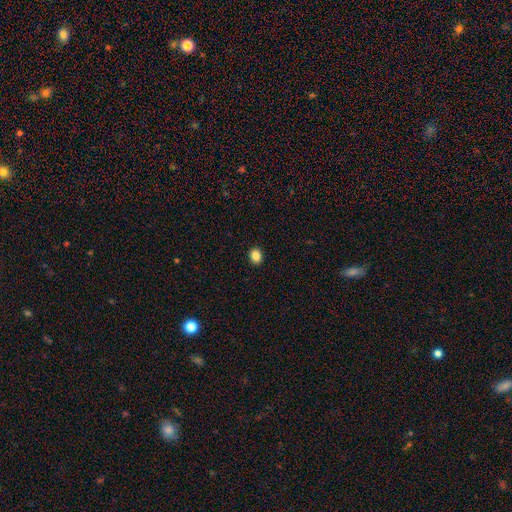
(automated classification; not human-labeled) The model was most divided on "how rounded": round: 52%, in between: 48%, cigar-shaped: 1%. More confident: merging — none (92%); smooth or featured — smooth (86%).